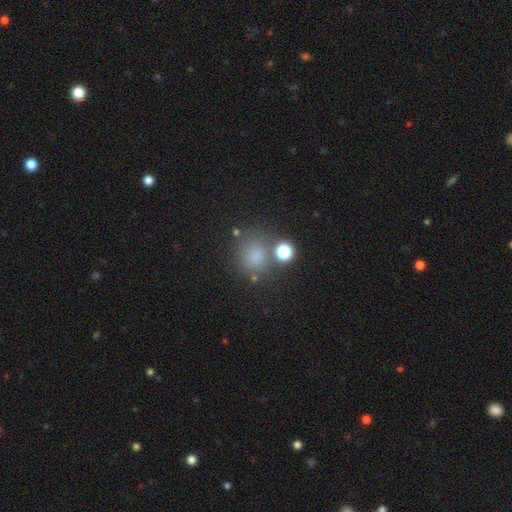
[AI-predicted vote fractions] smooth_or_featured: smooth (p=0.74) [alt: star or artifact p=0.19]
how_rounded: round (p=0.77) [alt: in between p=0.22]
merging: none (p=0.66) [alt: minor disturbance p=0.14]